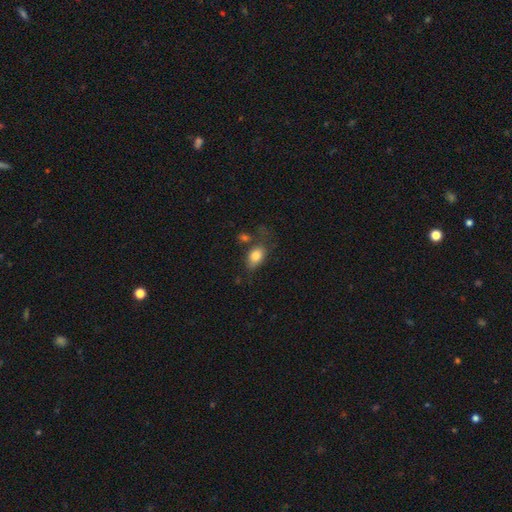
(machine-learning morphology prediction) smooth-or-featured: smooth: 81% | featured or disk: 10% | star or artifact: 8%
  how-rounded: in between: 83% | round: 15% | cigar-shaped: 2%
  merging: none: 54% | minor disturbance: 23% | major disturbance: 12% | merger: 10%